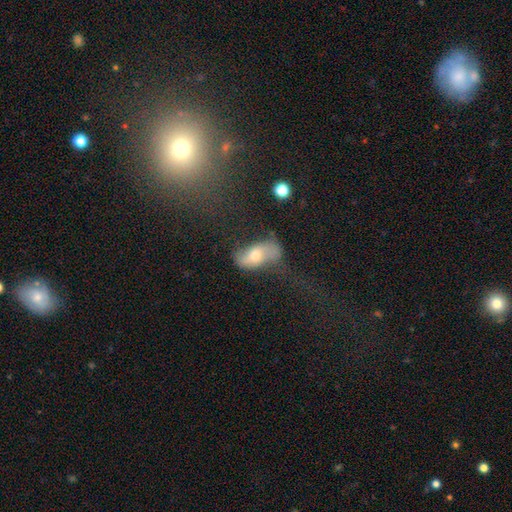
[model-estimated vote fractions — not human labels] Smooth or featured? Predicted: featured or disk (p=0.52). Edge-on disk? Predicted: no (p=0.89). Merging? Predicted: none (p=0.45).